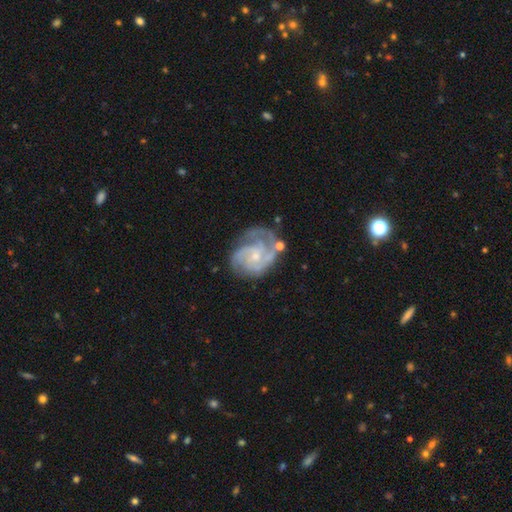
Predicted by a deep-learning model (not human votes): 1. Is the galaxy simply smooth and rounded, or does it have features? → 88% featured or disk, 7% smooth, 5% star or artifact.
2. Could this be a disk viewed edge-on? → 98% no, 2% yes.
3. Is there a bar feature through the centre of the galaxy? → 65% no, 30% weak, 5% strong.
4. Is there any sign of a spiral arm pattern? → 97% yes, 3% no.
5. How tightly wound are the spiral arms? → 55% tight, 38% medium, 7% loose.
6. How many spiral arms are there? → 40% 3, 26% 2, 16% can't tell, 9% 4, 5% 1, 4% more than 4.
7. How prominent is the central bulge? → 69% small, 24% moderate, 5% none, 1% large, 1% dominant.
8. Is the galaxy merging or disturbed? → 58% none, 23% minor disturbance, 14% major disturbance, 5% merger.